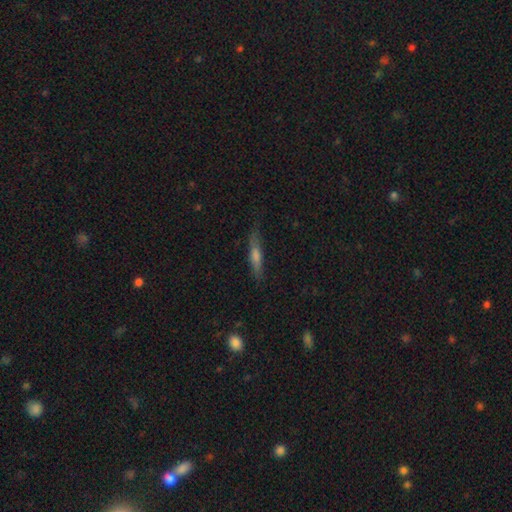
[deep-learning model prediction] This is possibly a smooth galaxy (54%). How rounded: clearly cigar-shaped (86%). Merging: likely none (79%).